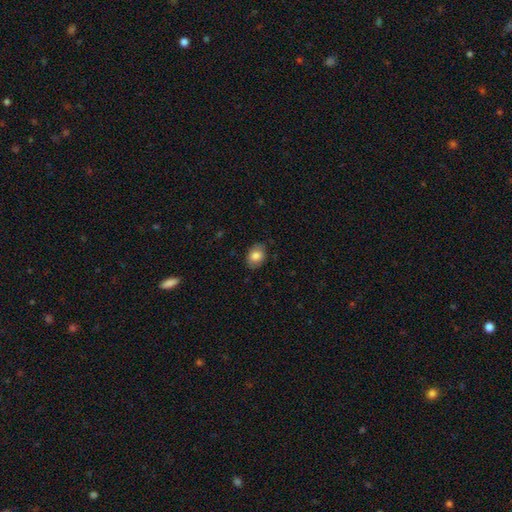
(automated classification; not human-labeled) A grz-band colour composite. It shows a smooth galaxy with no disk features (82%) that is in between round and cigar-shaped (69%). Merging: none (82%).